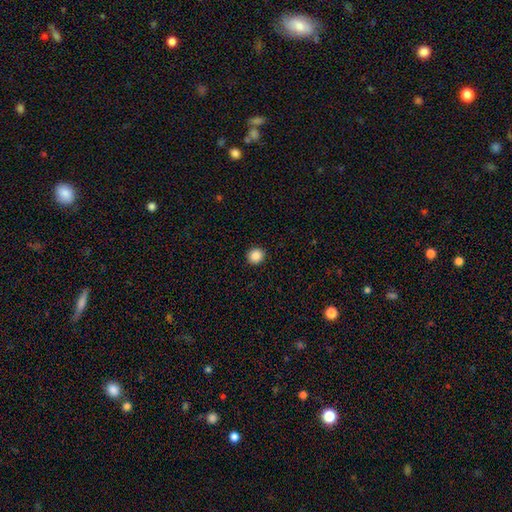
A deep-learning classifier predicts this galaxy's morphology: Smooth or featured? smooth (87%)
How rounded? round (90%)
Merging? none (93%)